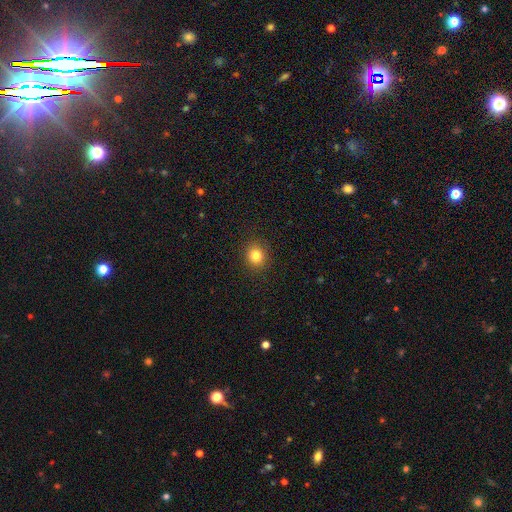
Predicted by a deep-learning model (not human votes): Q: Smooth or featured?
A: smooth (83%); runner-up: star or artifact (12%)
Q: How rounded?
A: round (81%); runner-up: in between (19%)
Q: Merging?
A: none (91%); runner-up: minor disturbance (6%)